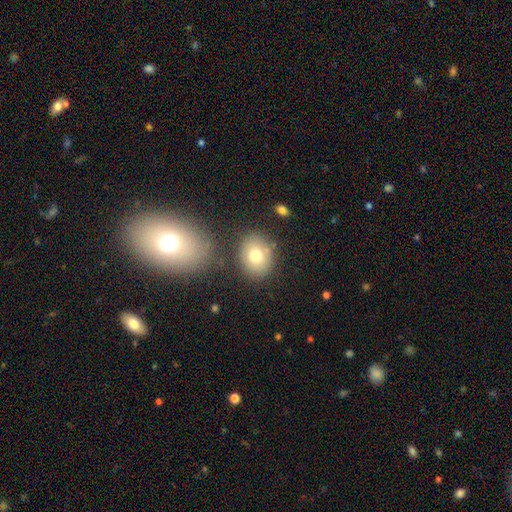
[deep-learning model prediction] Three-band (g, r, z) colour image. It shows a smooth galaxy with no disk features (75%) that is in between round and cigar-shaped (55%). Merging: none (76%).